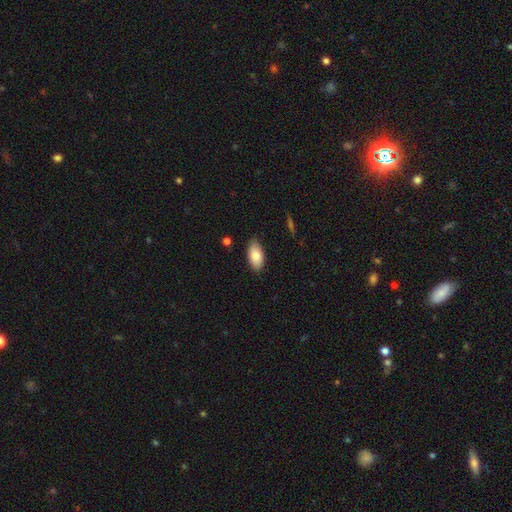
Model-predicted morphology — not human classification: Smooth or featured?
  - smooth: 83% *
  - featured or disk: 11%
  - star or artifact: 6%
How rounded?
  - in between: 93% *
  - cigar-shaped: 4%
  - round: 3%
Merging?
  - none: 84% *
  - minor disturbance: 13%
  - major disturbance: 2%
  - merger: 1%